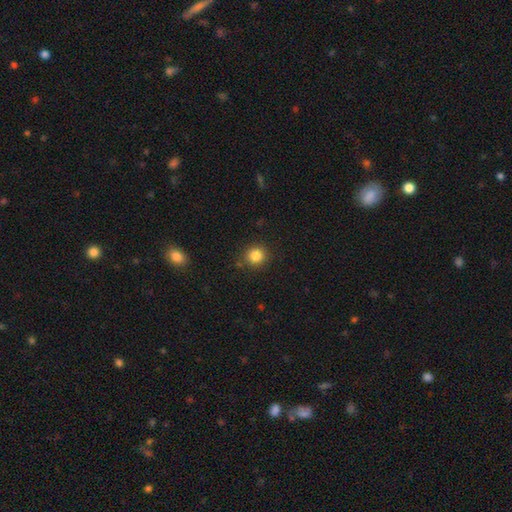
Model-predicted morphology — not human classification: This is clearly a smooth galaxy (84%). How rounded: clearly round (90%). Merging: clearly none (86%).